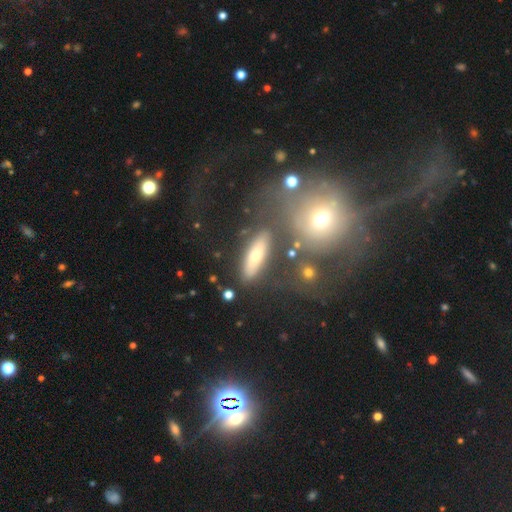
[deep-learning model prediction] smooth-or-featured: smooth: 63% | featured or disk: 27% | star or artifact: 10%
  how-rounded: in between: 50% | cigar-shaped: 45% | round: 5%
  merging: none: 78% | minor disturbance: 12% | merger: 6% | major disturbance: 5%